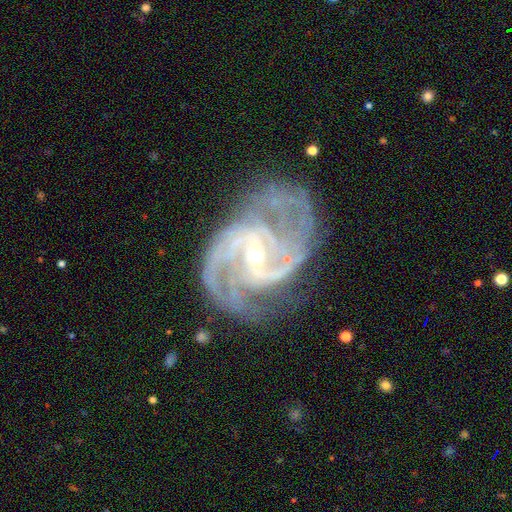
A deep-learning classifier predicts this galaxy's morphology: Smooth or featured?
  - featured or disk: 91% *
  - star or artifact: 6%
  - smooth: 3%
Edge-on disk?
  - no: 98% *
  - yes: 2%
Bar?
  - weak: 46% *
  - strong: 29%
  - no: 25%
Spiral arms?
  - yes: 98% *
  - no: 2%
Spiral winding?
  - medium: 53% *
  - tight: 30%
  - loose: 17%
Spiral arm count?
  - 2: 57% *
  - 3: 15%
  - can't tell: 10%
  - 4: 7%
  - more than 4: 5%
  - 1: 5%
Bulge size?
  - small: 73% *
  - moderate: 23%
  - none: 1%
  - large: 1%
  - dominant: 1%
Merging?
  - none: 64% *
  - minor disturbance: 21%
  - major disturbance: 14%
  - merger: 2%